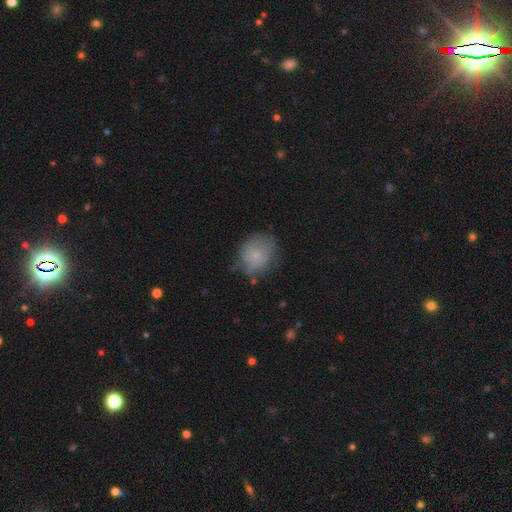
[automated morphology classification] type=smooth (64%); roundness=round (70%); merging=none (57%).